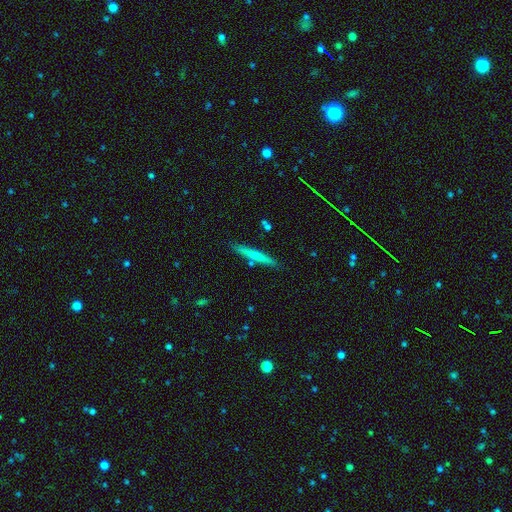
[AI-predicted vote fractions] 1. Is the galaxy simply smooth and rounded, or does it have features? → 64% smooth, 30% featured or disk, 6% star or artifact.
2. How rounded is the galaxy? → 96% cigar-shaped, 3% in between, 1% round.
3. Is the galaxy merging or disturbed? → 86% none, 9% minor disturbance, 4% merger, 2% major disturbance.